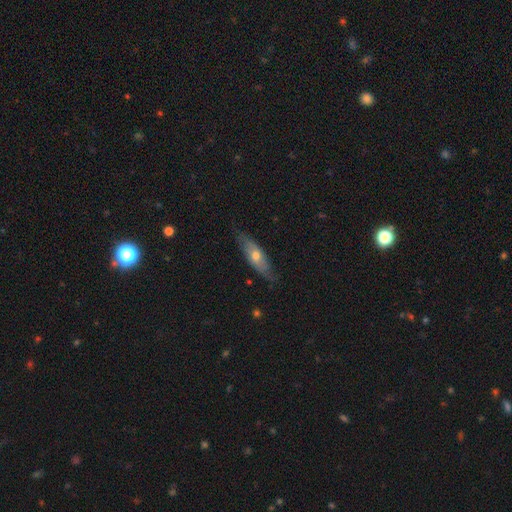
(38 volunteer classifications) Overall: featured or disk (58%; smooth 39%). Edge-on disk: no (68%; yes 32%). Bar: no (93%). Spiral arms: no (60%; yes 40%). Bulge size: moderate (80%). Merging: none (73%).